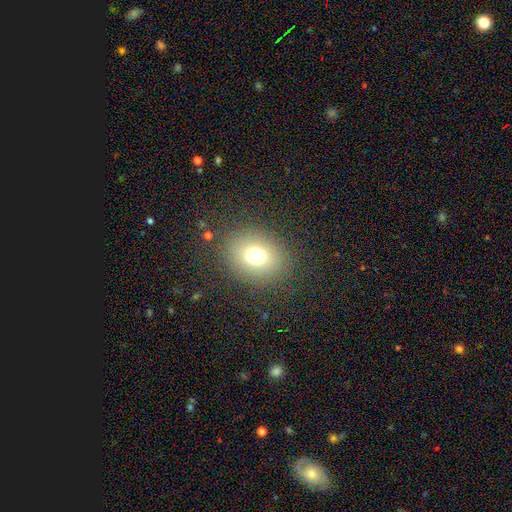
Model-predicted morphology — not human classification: Smooth or featured? smooth (74%)
How rounded? round (52%)
Merging? none (84%)